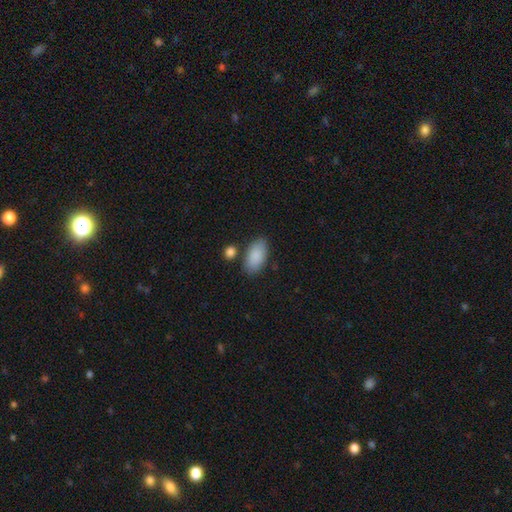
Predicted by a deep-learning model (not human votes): Smooth or featured? smooth (89%)
How rounded? in between (94%)
Merging? none (77%)